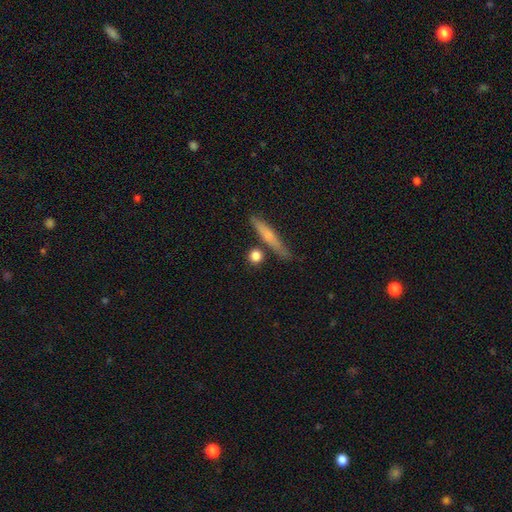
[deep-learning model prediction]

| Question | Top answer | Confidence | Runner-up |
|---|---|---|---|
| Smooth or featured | smooth | 79% | featured or disk (14%) |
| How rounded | round | 73% | cigar-shaped (16%) |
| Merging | none | 78% | minor disturbance (10%) |